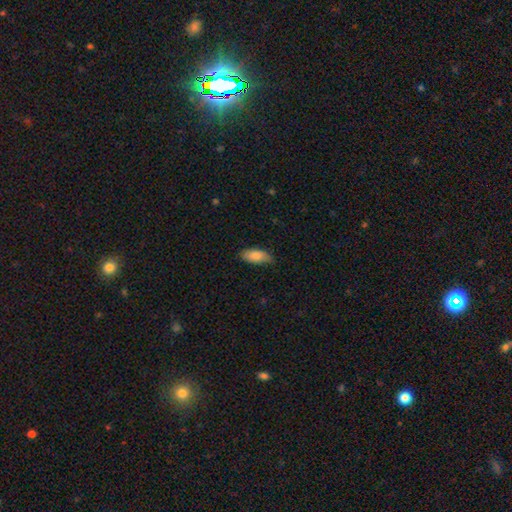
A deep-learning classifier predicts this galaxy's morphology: type=smooth (84%); roundness=in between (87%); merging=none (77%).